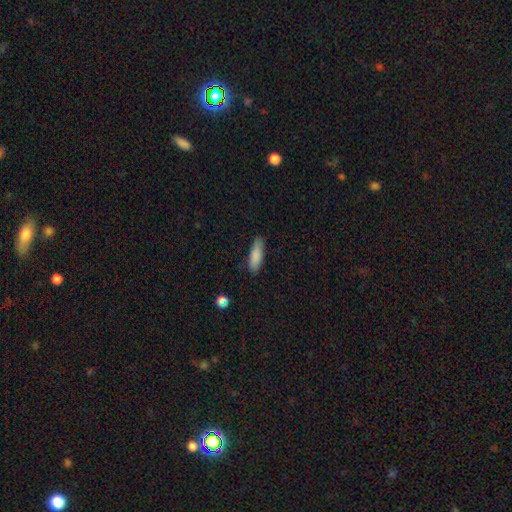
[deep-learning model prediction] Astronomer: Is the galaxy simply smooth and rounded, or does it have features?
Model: smooth — 85%.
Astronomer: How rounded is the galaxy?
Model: in between — 61% (runner-up: cigar-shaped, 37%).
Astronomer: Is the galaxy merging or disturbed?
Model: none — 79%.